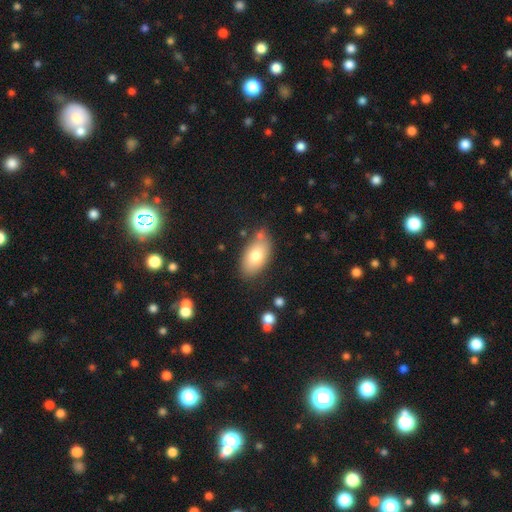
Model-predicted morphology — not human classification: This is likely a smooth galaxy (77%). How rounded: clearly in between (93%). Merging: likely none (74%).